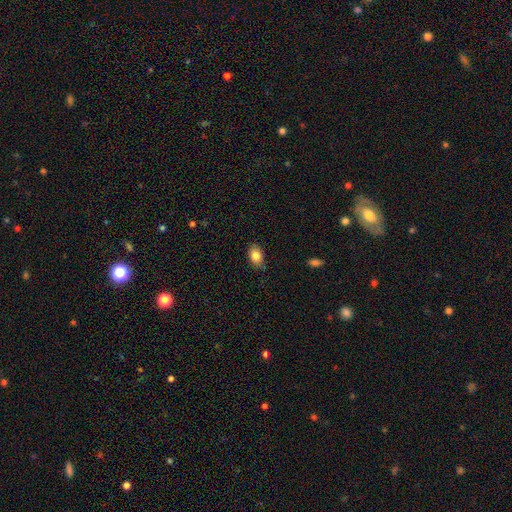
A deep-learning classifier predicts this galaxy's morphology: This is clearly a smooth galaxy (84%). How rounded: clearly in between (86%). Merging: likely none (80%).